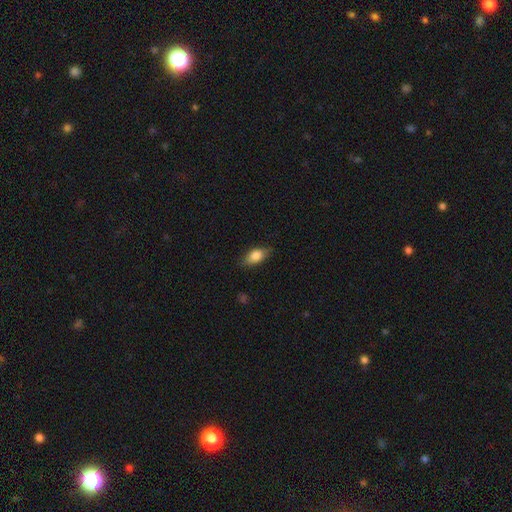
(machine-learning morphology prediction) smooth_or_featured: smooth (p=0.80) [alt: featured or disk p=0.13]
how_rounded: in between (p=0.84) [alt: cigar-shaped p=0.09]
merging: none (p=0.77) [alt: minor disturbance p=0.18]